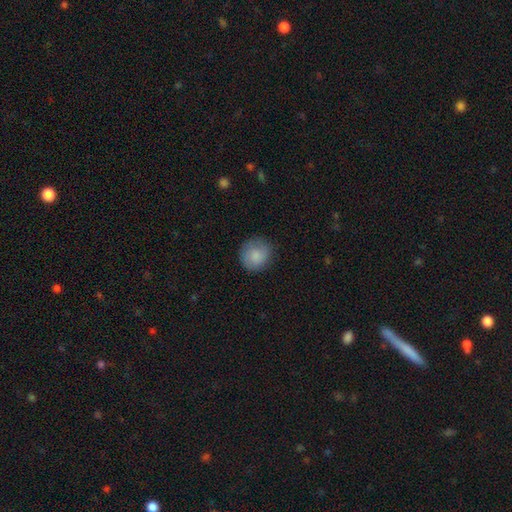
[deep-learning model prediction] A smooth galaxy with no disk features (84%) that is round (89%). Merging: none (82%).